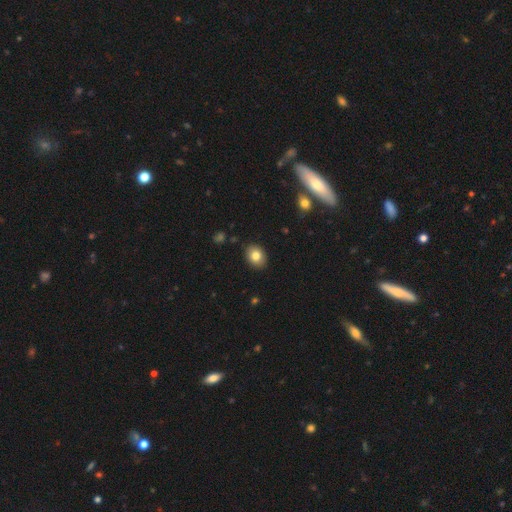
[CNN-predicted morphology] smooth 82%, featured or disk 9%, star or artifact 9%. Down the decision tree: how rounded — in between (55%); merging — none (89%).